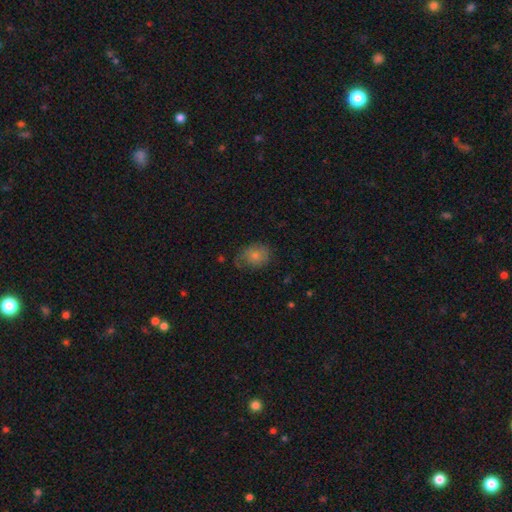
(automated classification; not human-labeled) This appears to be a smooth galaxy with no disk features (62%) that is in between round and cigar-shaped (53%). Merging: none (59%).